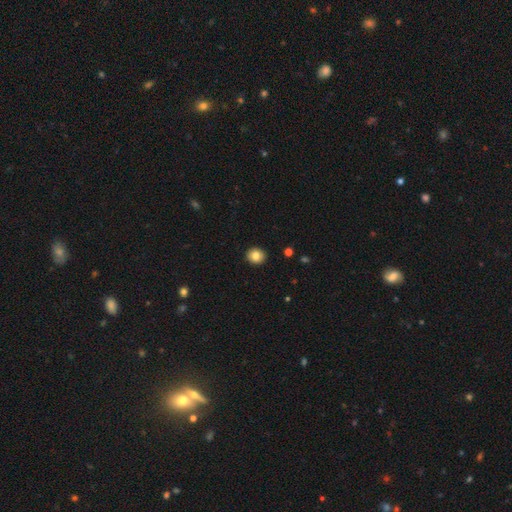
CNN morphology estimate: Smooth or featured? Predicted: smooth (p=0.83). How rounded? Predicted: round (p=0.79). Merging? Predicted: none (p=0.91).